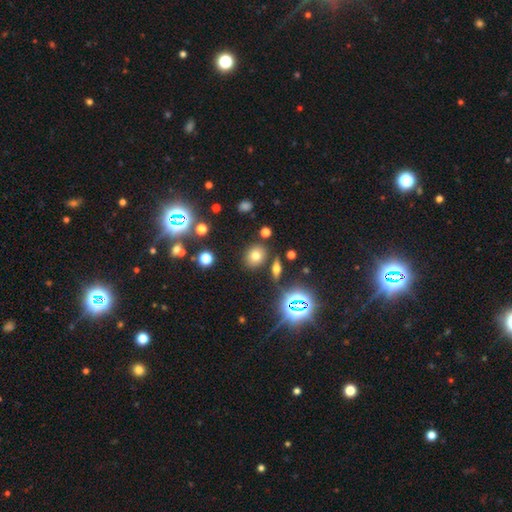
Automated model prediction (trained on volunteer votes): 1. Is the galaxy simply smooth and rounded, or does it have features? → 67% smooth, 22% star or artifact, 12% featured or disk.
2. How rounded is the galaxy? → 57% round, 41% in between, 2% cigar-shaped.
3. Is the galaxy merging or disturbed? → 83% none, 9% minor disturbance, 5% merger, 3% major disturbance.